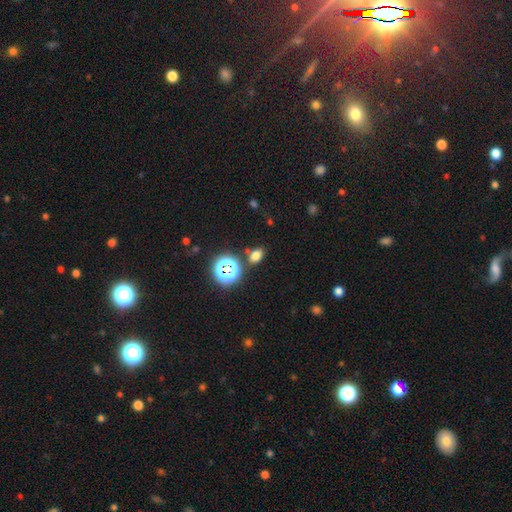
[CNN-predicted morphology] A smooth galaxy with no disk features (69%) that is in between round and cigar-shaped (76%).

Vote fractions:
- Smooth or featured? smooth: 69% / star or artifact: 24% / featured or disk: 7%
- How rounded? in between: 76% / round: 22% / cigar-shaped: 2%
- Merging? none: 79% / minor disturbance: 11% / merger: 7% / major disturbance: 3%